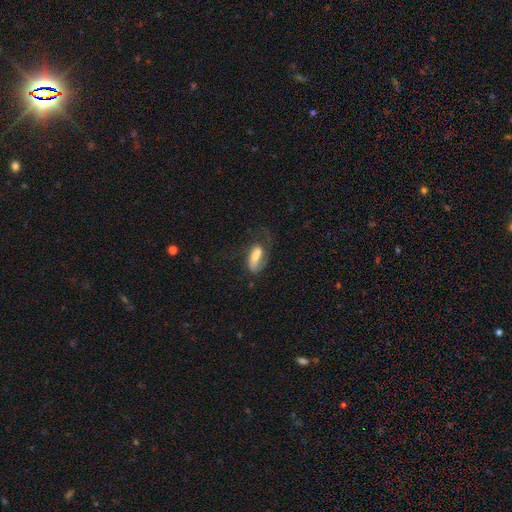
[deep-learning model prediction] A smooth galaxy with no disk features (57%) that is in between round and cigar-shaped (78%).

Vote fractions:
- Smooth or featured? smooth: 57% / featured or disk: 35% / star or artifact: 8%
- How rounded? in between: 78% / cigar-shaped: 18% / round: 4%
- Merging? major disturbance: 40% / none: 32% / minor disturbance: 22% / merger: 6%